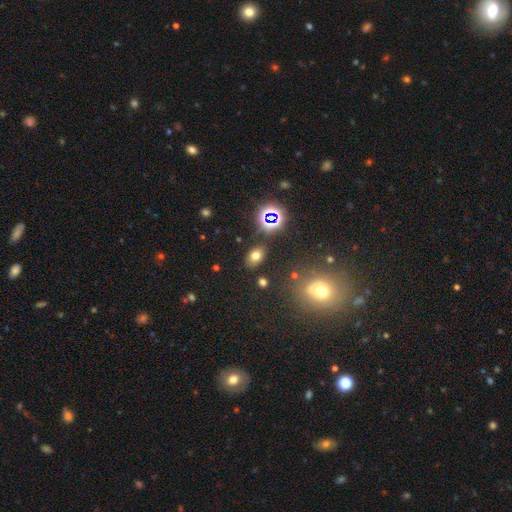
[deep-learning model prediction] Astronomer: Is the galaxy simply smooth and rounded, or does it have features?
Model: smooth — 66%.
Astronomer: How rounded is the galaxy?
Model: in between — 81%.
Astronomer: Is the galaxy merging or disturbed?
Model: none — 83%.